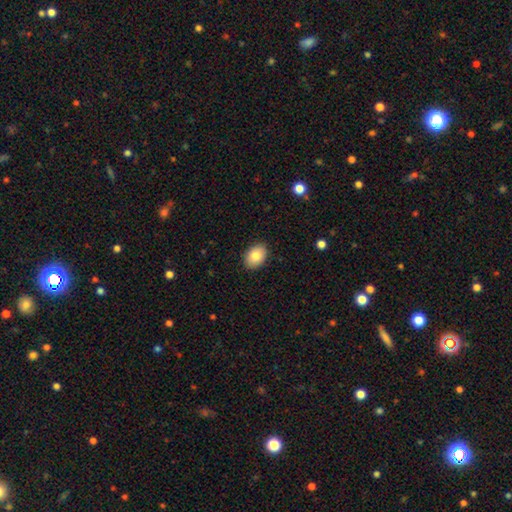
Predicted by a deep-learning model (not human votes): smooth 84%, featured or disk 9%, star or artifact 7%. Down the decision tree: how rounded — in between (79%); merging — none (89%).